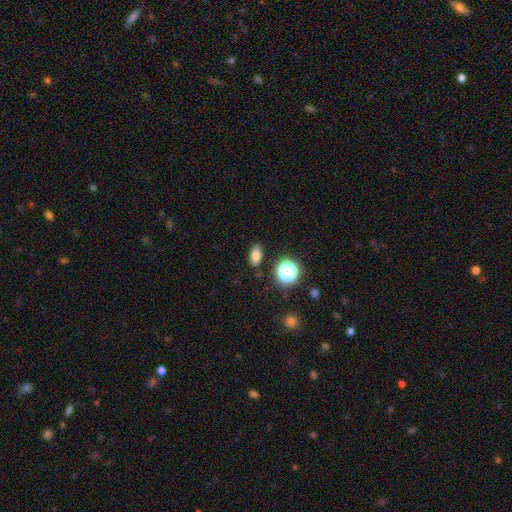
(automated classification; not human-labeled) smooth-or-featured: smooth: 77% | star or artifact: 15% | featured or disk: 8%
  how-rounded: in between: 81% | round: 12% | cigar-shaped: 7%
  merging: none: 85% | minor disturbance: 10% | major disturbance: 3% | merger: 2%